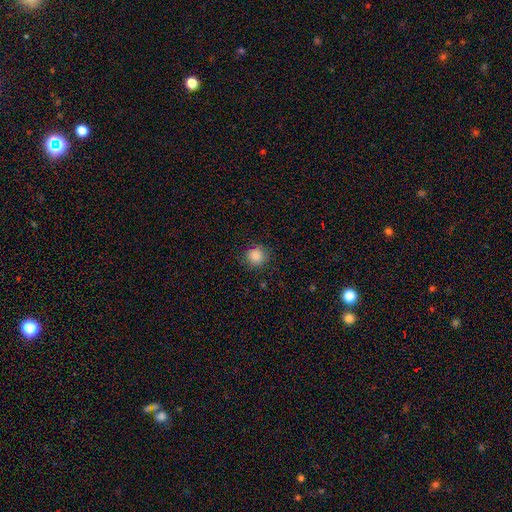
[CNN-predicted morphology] The model was most divided on "smooth or featured": smooth: 86%, star or artifact: 10%, featured or disk: 3%. More confident: how rounded — round (90%); merging — none (86%).